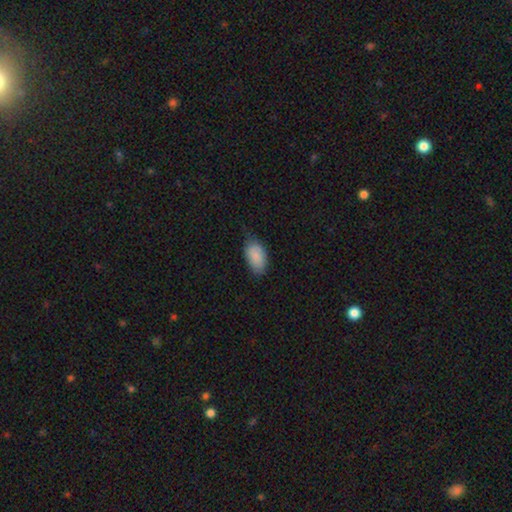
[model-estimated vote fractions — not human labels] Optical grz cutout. It shows a smooth galaxy with no disk features (89%) that is in between round and cigar-shaped (94%). Merging: none (65%).